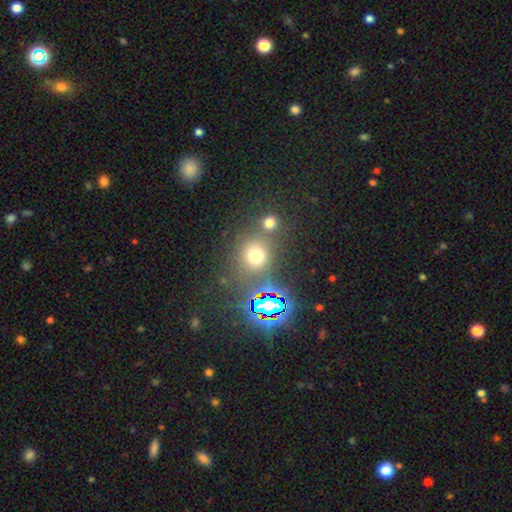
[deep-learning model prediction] Smooth or featured: smooth — 64% (star or artifact — 28%)
How rounded: round — 84% (in between — 15%)
Merging: none — 67% (merger — 19%)